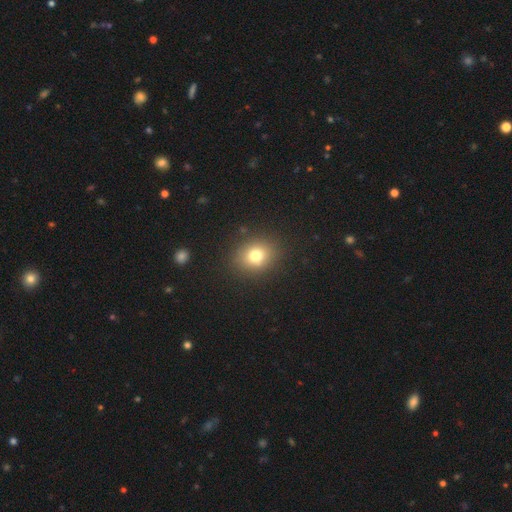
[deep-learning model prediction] The model was most divided on "how rounded": round: 63%, in between: 36%, cigar-shaped: 1%. More confident: merging — none (88%); smooth or featured — smooth (76%).